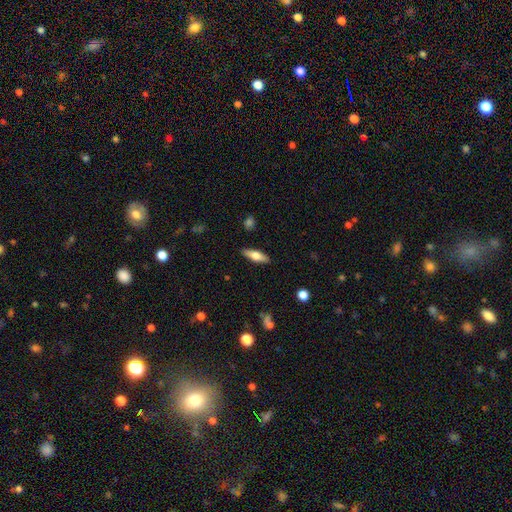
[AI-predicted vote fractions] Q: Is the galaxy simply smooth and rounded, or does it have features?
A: smooth — 60%.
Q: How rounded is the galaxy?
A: in between — 55%.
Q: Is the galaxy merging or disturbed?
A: none — 88%.